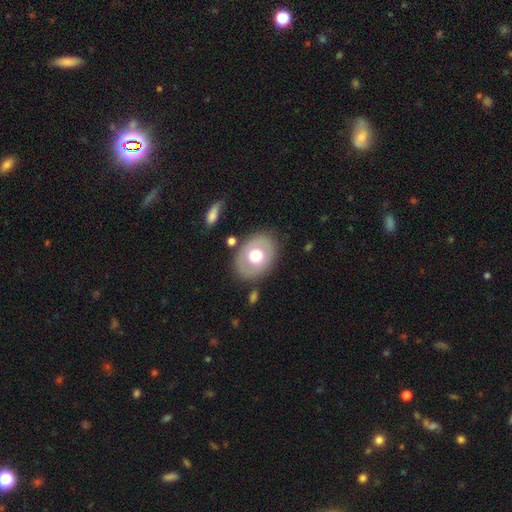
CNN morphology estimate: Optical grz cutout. It shows a smooth galaxy with no disk features (55%) that is in between round and cigar-shaped (64%). Merging: none (80%).